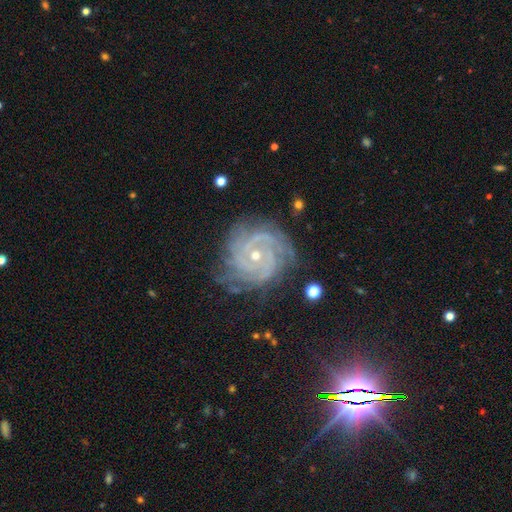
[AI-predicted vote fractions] This is clearly a featured or disk galaxy (89%). It is clearly not viewed edge-on (97%). Bar: likely no (70%). Spiral arm pattern: clearly yes (98%). Spiral arm count: marginally 3 (27%). Spiral winding: likely tight (79%). Central bulge: likely small (65%). Merging: likely none (75%).